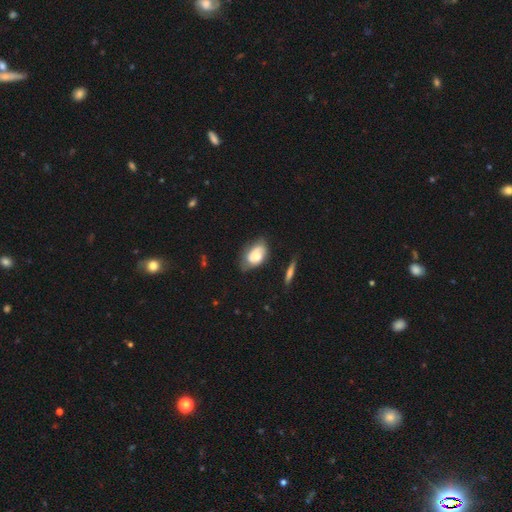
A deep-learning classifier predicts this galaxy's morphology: A smooth galaxy with no disk features (60%) that is in between round and cigar-shaped (88%). Merging: none (56%).